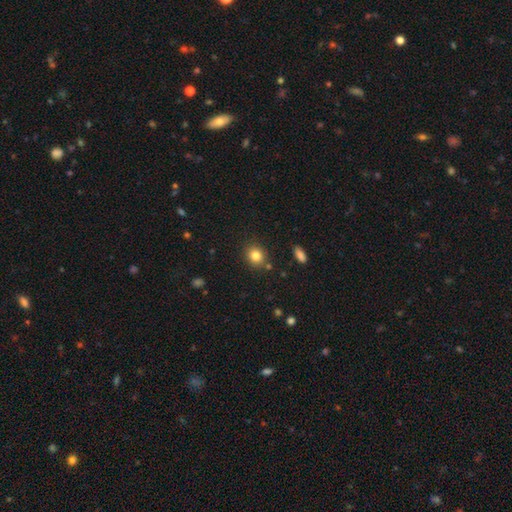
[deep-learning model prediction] smooth_or_featured: smooth (p=0.83) [alt: star or artifact p=0.11]
how_rounded: round (p=0.76) [alt: in between p=0.23]
merging: none (p=0.84) [alt: minor disturbance p=0.09]